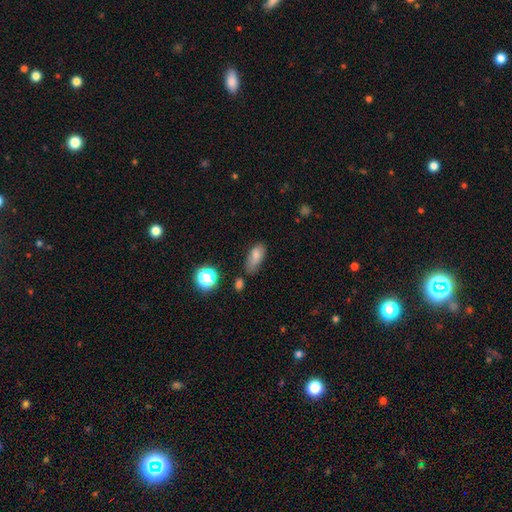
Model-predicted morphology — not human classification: The model was most divided on "merging": none: 50%, minor disturbance: 33%, major disturbance: 11%, merger: 7%. More confident: how rounded — in between (83%); smooth or featured — smooth (78%).